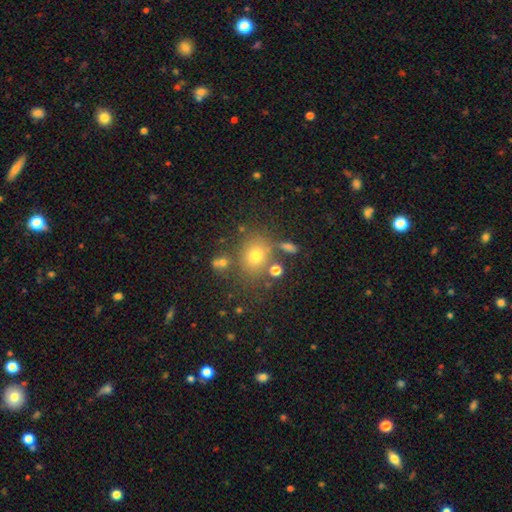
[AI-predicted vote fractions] This is likely a smooth galaxy (70%). How rounded: likely round (62%). Merging: likely none (72%).